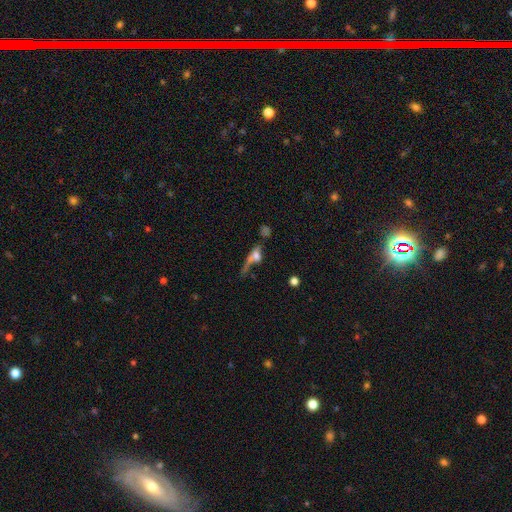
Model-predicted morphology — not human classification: type=smooth (44%); merging=major disturbance (36%).